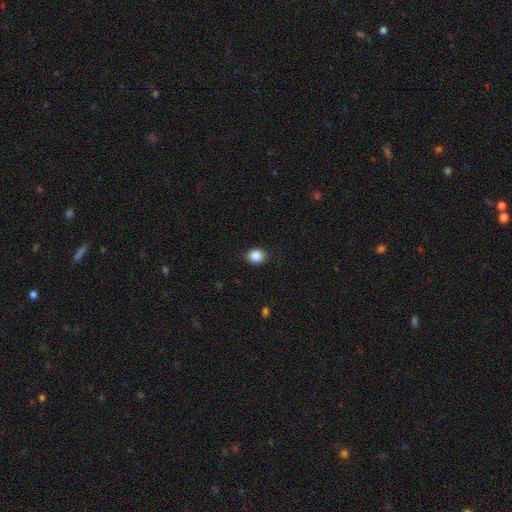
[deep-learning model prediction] This appears to be a smooth galaxy with no disk features (87%) that is round (69%). Merging: none (87%).